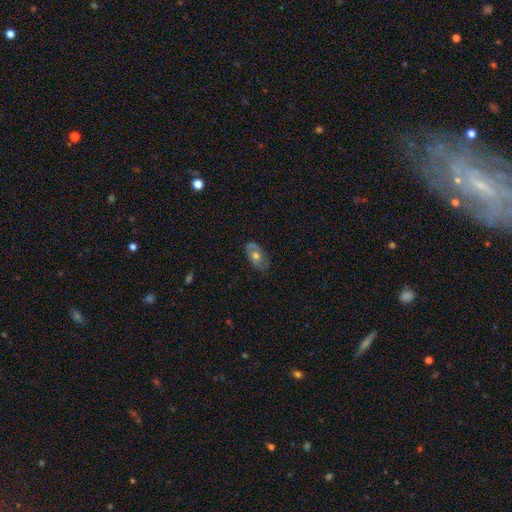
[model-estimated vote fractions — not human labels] A featured or disk galaxy (49%). Merging: none (71%).